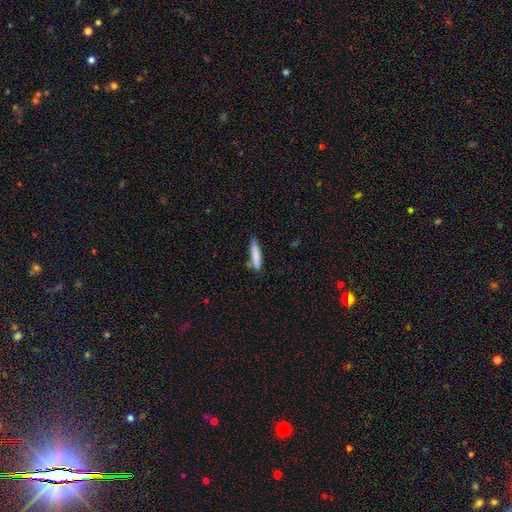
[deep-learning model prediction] Smooth or featured? Predicted: smooth (p=0.81). How rounded? Predicted: cigar-shaped (p=0.89). Merging? Predicted: none (p=0.76).